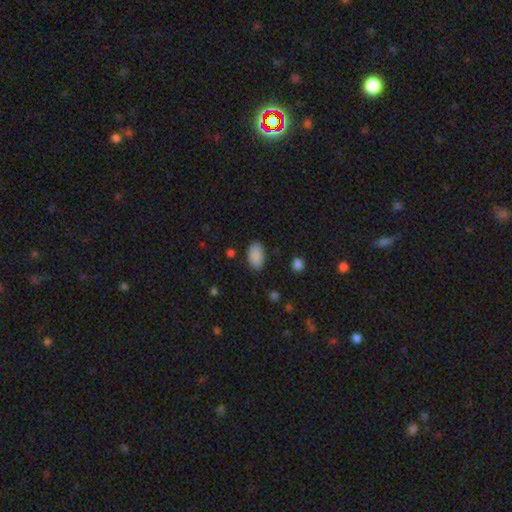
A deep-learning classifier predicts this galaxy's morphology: smooth_or_featured: smooth (p=0.89) [alt: star or artifact p=0.07]
how_rounded: in between (p=0.93) [alt: round p=0.05]
merging: none (p=0.84) [alt: minor disturbance p=0.12]